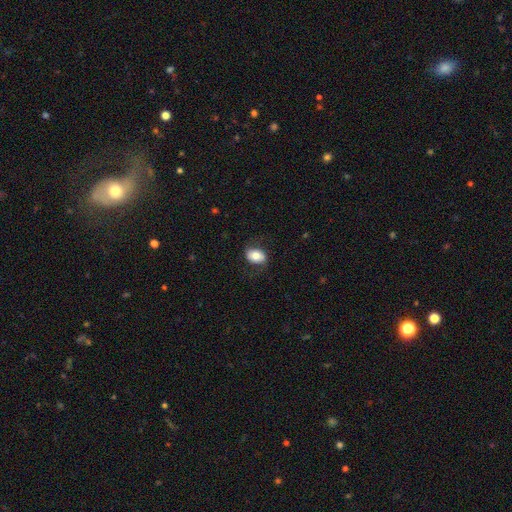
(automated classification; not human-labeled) smooth 72%, featured or disk 21%, star or artifact 7%. Down the decision tree: how rounded — in between (78%); merging — none (77%).